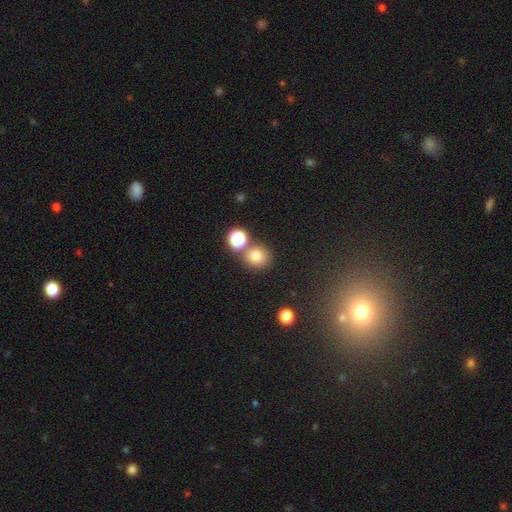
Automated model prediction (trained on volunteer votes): Morphology: type=smooth (79%); roundness=round (84%); merging=none (69%).